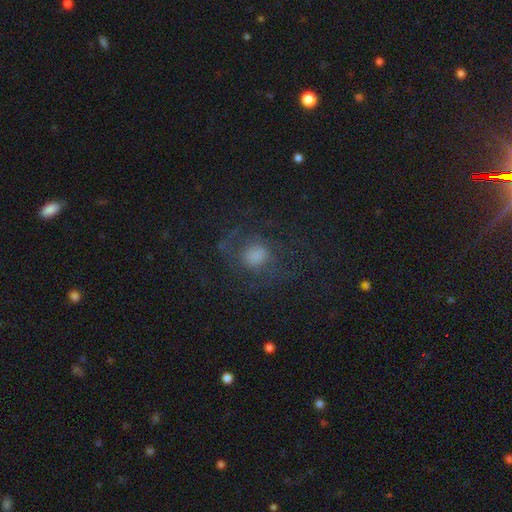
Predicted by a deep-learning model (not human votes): The model was most divided on "smooth or featured": featured or disk: 45%, smooth: 38%, star or artifact: 17%. More confident: merging — none (60%).